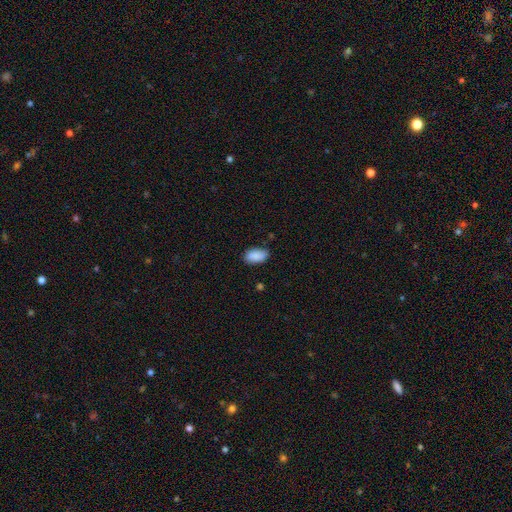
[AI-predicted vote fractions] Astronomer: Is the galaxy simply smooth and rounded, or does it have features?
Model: smooth — 88%.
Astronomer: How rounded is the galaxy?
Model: in between — 93%.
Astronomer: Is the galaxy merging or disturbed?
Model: none — 77%.